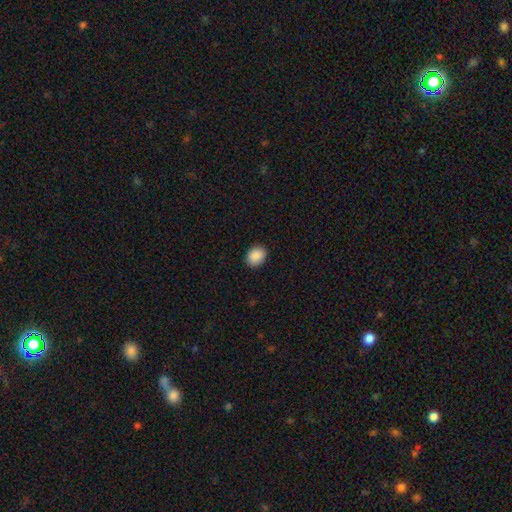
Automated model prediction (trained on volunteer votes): Smooth or featured: smooth — 90% (star or artifact — 8%)
How rounded: round — 51% (in between — 49%)
Merging: none — 90% (minor disturbance — 7%)